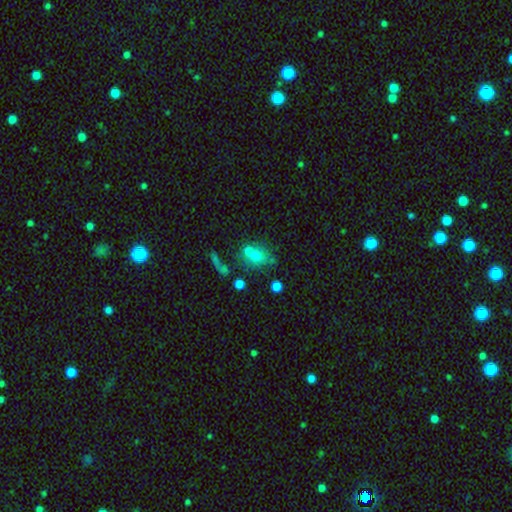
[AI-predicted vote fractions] A smooth galaxy with no disk features (63%) that is round (67%).

Vote fractions:
- Smooth or featured? smooth: 63% / featured or disk: 22% / star or artifact: 14%
- How rounded? round: 67% / in between: 32% / cigar-shaped: 2%
- Merging? merger: 48% / none: 35% / minor disturbance: 9% / major disturbance: 8%